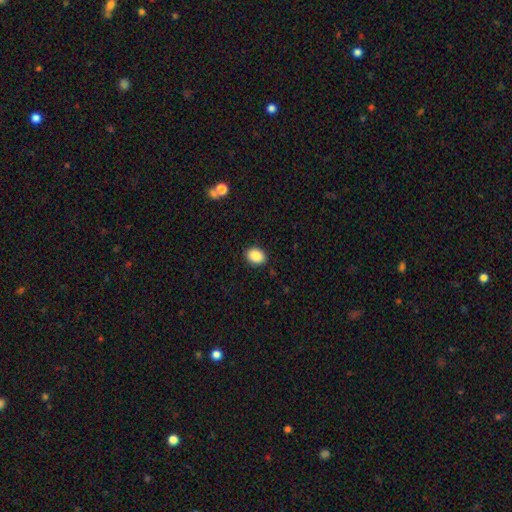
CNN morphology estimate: Overall: smooth (88%). How rounded: in between (60%; round 39%). Merging: none (90%).